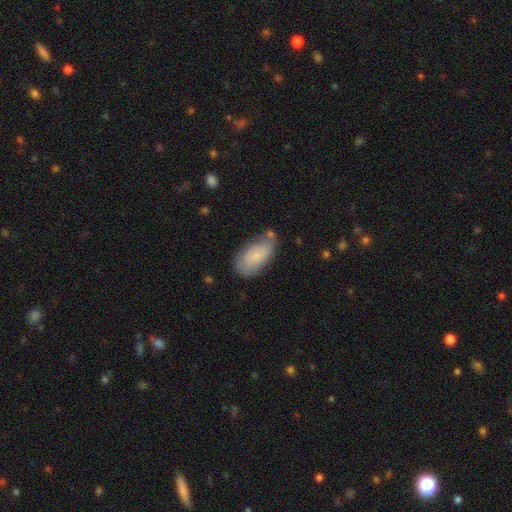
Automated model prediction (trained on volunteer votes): smooth-or-featured: smooth: 74% | featured or disk: 19% | star or artifact: 7%
  how-rounded: in between: 93% | cigar-shaped: 4% | round: 3%
  merging: none: 62% | minor disturbance: 25% | merger: 7% | major disturbance: 6%